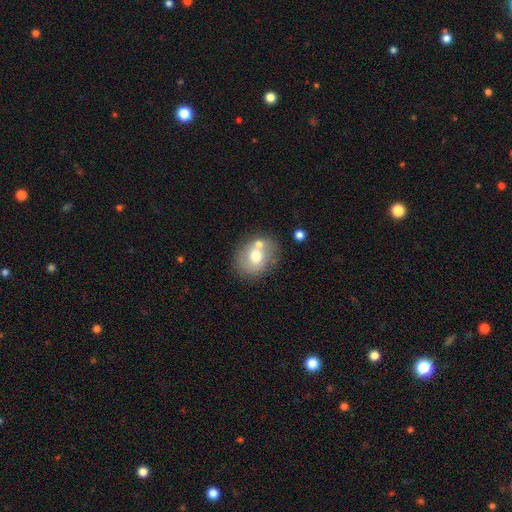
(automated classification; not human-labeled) Smooth or featured? Predicted: smooth (p=0.65). How rounded? Predicted: round (p=0.62). Merging? Predicted: none (p=0.58).